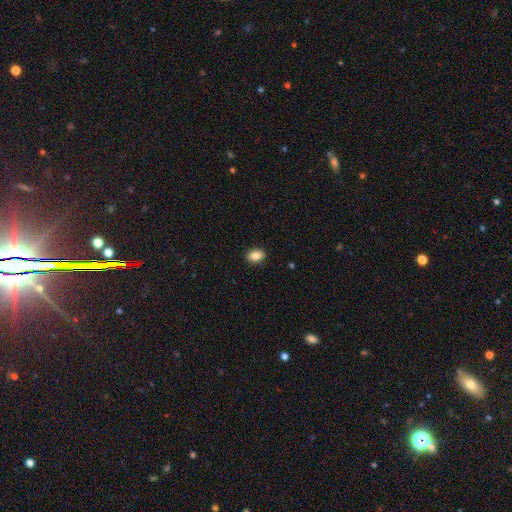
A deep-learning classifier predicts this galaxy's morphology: Smooth or featured? smooth (85%)
How rounded? in between (82%)
Merging? none (90%)